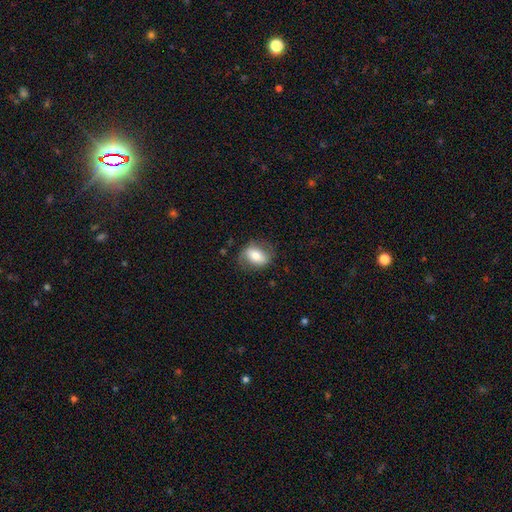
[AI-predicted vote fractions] Smooth or featured: smooth — 62% (featured or disk — 30%)
How rounded: in between — 75% (round — 22%)
Merging: none — 73% (minor disturbance — 18%)